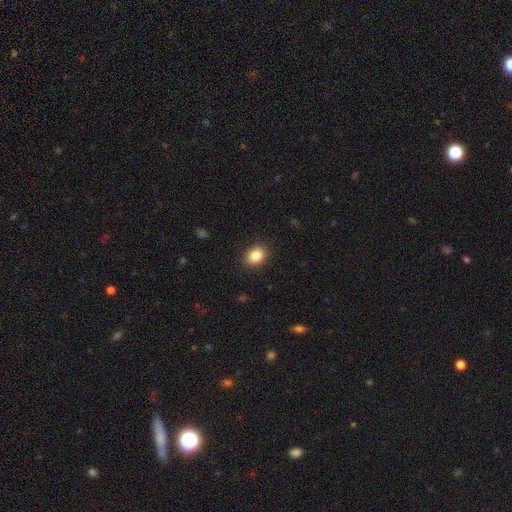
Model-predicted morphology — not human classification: Smooth or featured? smooth (85%)
How rounded? in between (56%)
Merging? none (89%)